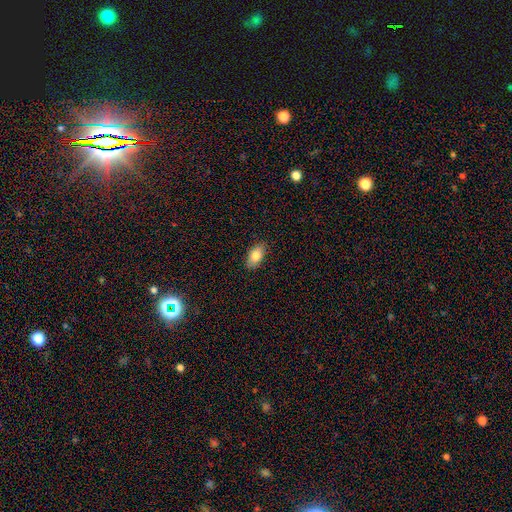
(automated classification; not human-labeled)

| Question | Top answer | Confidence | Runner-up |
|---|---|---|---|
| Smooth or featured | smooth | 81% | featured or disk (12%) |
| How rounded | in between | 91% | cigar-shaped (4%) |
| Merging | none | 87% | minor disturbance (10%) |